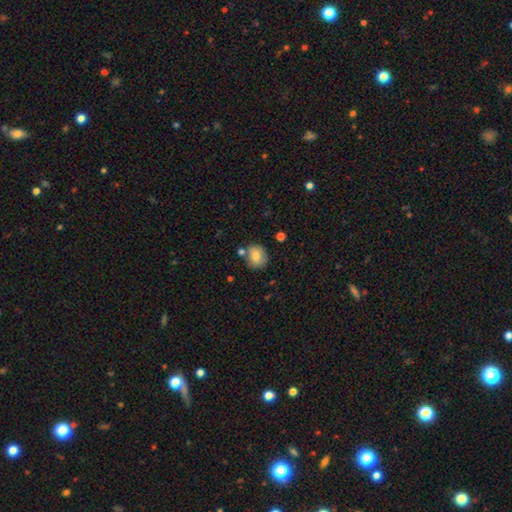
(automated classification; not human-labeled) This is likely a smooth galaxy (77%). How rounded: clearly round (84%). Merging: likely none (73%).